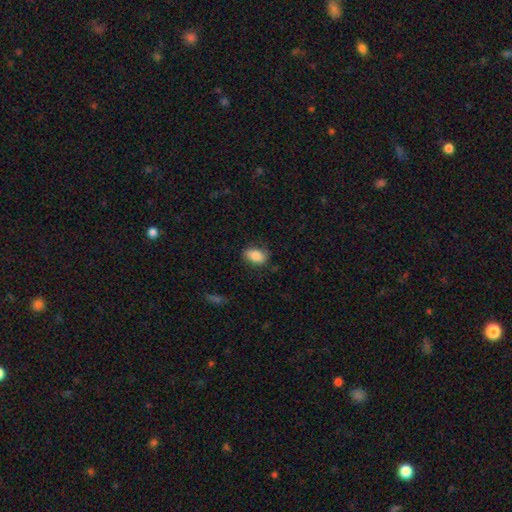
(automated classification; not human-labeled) smooth-or-featured: smooth: 84% | featured or disk: 9% | star or artifact: 7%
  how-rounded: in between: 89% | round: 8% | cigar-shaped: 2%
  merging: none: 76% | minor disturbance: 18% | major disturbance: 4% | merger: 1%